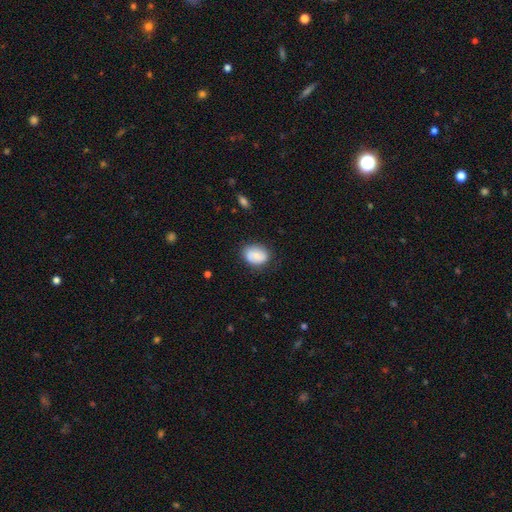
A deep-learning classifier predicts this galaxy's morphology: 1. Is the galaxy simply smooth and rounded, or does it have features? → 72% smooth, 20% featured or disk, 7% star or artifact.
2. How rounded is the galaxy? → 66% in between, 32% round, 1% cigar-shaped.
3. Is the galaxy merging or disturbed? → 78% none, 16% minor disturbance, 4% major disturbance, 2% merger.